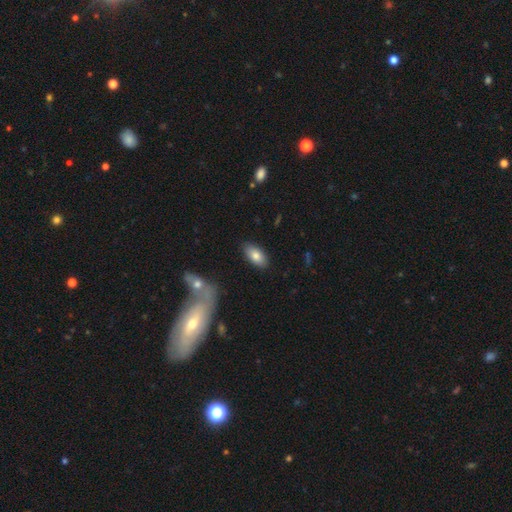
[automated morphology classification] A smooth galaxy with no disk features (80%) that is in between round and cigar-shaped (92%). Merging: none (84%).